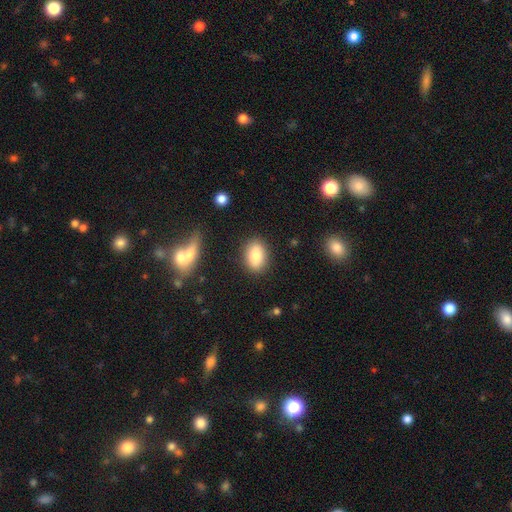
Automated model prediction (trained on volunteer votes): Smooth or featured: smooth — 84% (featured or disk — 9%)
How rounded: in between — 86% (round — 12%)
Merging: none — 85% (minor disturbance — 10%)